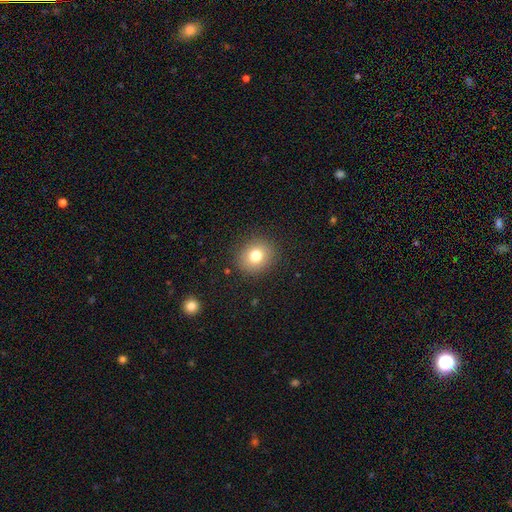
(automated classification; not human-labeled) A smooth galaxy with no disk features (78%) that is round (78%). Merging: none (89%).